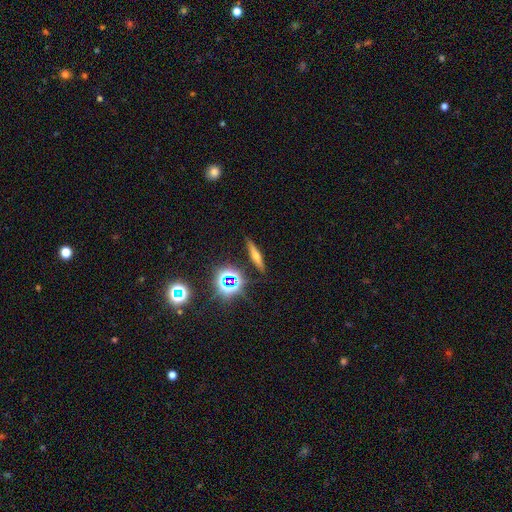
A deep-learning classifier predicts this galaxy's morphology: The model was most divided on "smooth or featured": featured or disk: 40%, smooth: 39%, star or artifact: 21%. More confident: merging — none (87%).